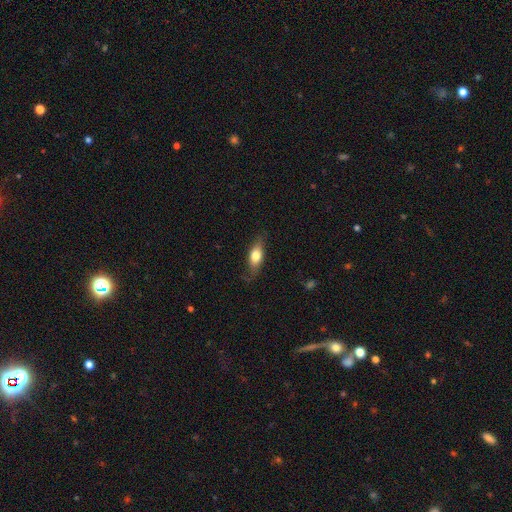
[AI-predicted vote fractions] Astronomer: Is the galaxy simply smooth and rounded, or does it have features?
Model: smooth — 68%.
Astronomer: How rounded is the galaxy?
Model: in between — 69%.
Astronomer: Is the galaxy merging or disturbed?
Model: none — 73%.